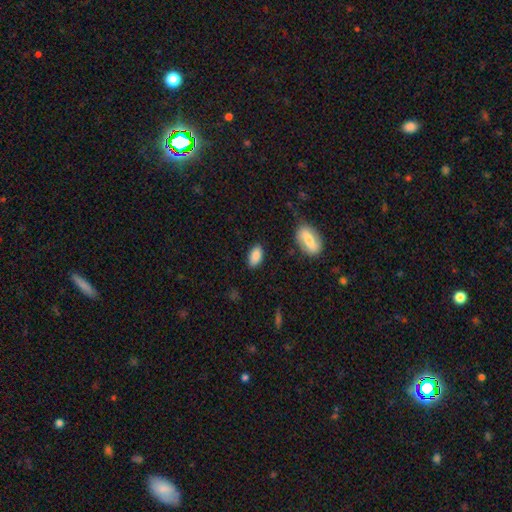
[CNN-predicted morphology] smooth-or-featured: smooth: 87% | star or artifact: 7% | featured or disk: 7%
  how-rounded: in between: 92% | cigar-shaped: 4% | round: 4%
  merging: none: 84% | minor disturbance: 11% | major disturbance: 3% | merger: 2%